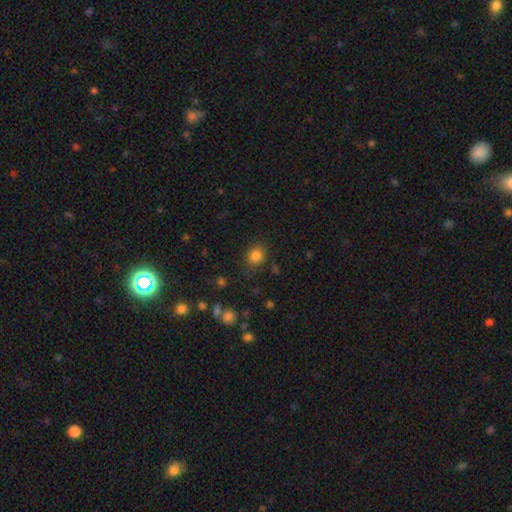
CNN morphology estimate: This appears to be a smooth galaxy with no disk features (82%) that is round (68%). Merging: none (80%).